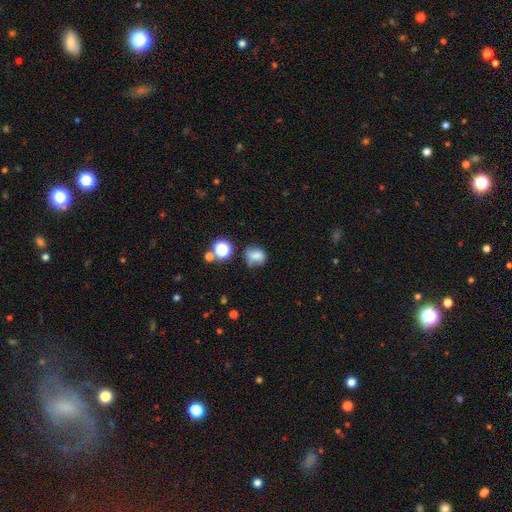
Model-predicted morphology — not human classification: Q: Smooth or featured?
A: smooth (71%); runner-up: star or artifact (15%)
Q: How rounded?
A: round (52%); runner-up: in between (47%)
Q: Merging?
A: none (50%); runner-up: minor disturbance (28%)